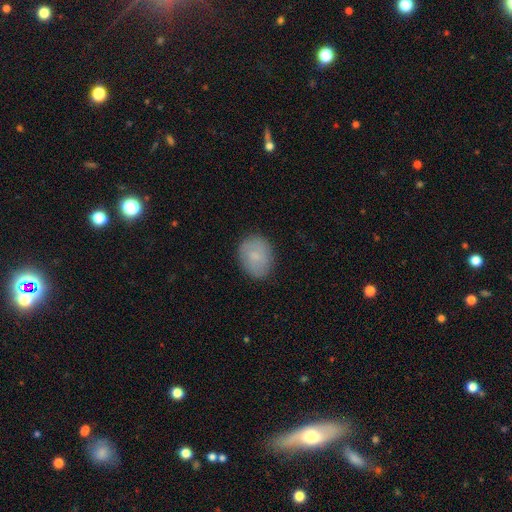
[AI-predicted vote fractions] Q: Smooth or featured?
A: smooth (78%); runner-up: featured or disk (14%)
Q: How rounded?
A: in between (52%); runner-up: round (47%)
Q: Merging?
A: none (83%); runner-up: minor disturbance (13%)